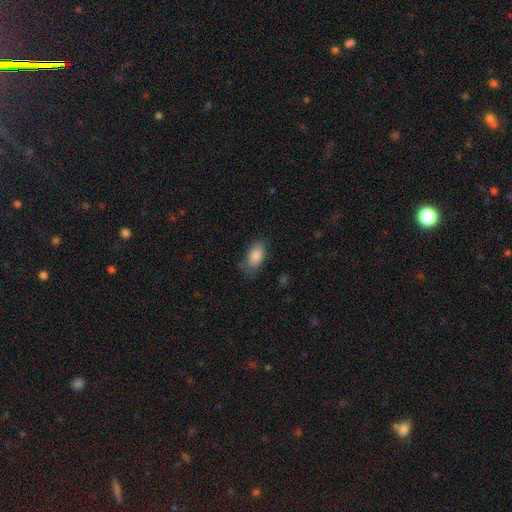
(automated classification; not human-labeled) Overall: smooth (83%). How rounded: in between (90%). Merging: none (61%; minor disturbance 28%).